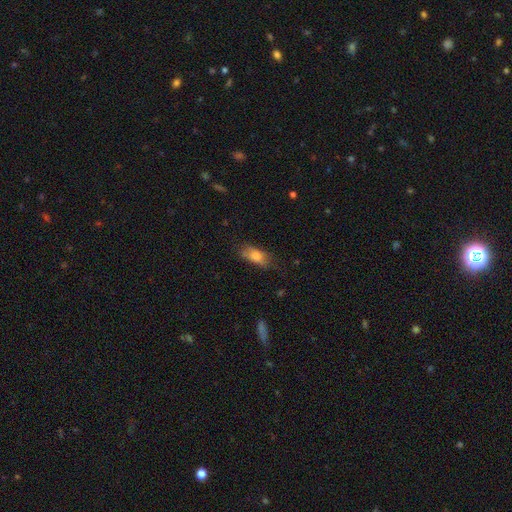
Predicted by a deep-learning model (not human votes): Morphology: type=smooth (78%); roundness=in between (81%); merging=none (58%).